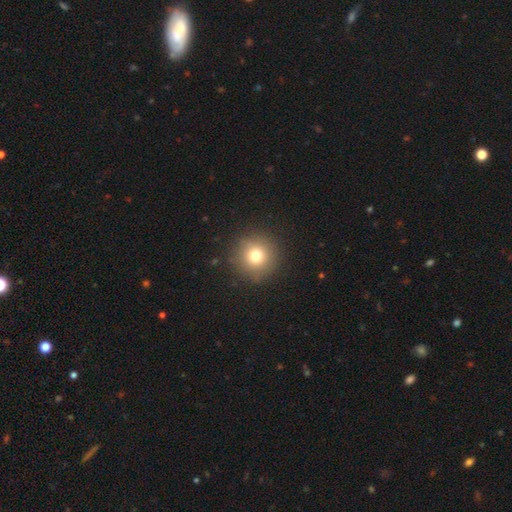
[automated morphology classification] Smooth or featured?
  - smooth: 75% *
  - star or artifact: 14%
  - featured or disk: 10%
How rounded?
  - round: 95% *
  - in between: 4%
  - cigar-shaped: 1%
Merging?
  - none: 90% *
  - minor disturbance: 6%
  - major disturbance: 3%
  - merger: 1%